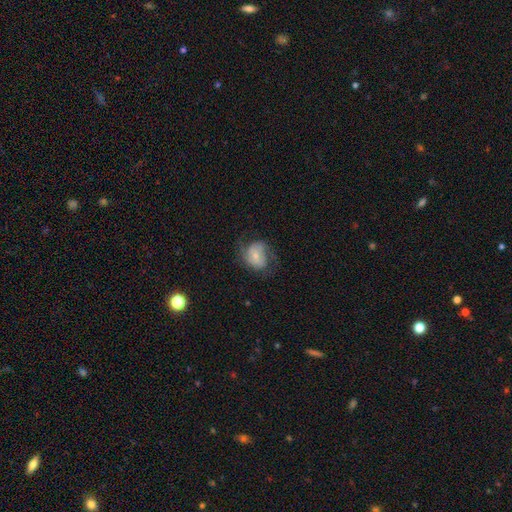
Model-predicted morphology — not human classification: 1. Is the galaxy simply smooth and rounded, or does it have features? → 55% featured or disk, 37% smooth, 8% star or artifact.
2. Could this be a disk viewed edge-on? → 97% no, 3% yes.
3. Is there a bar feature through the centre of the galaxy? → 61% no, 30% weak, 9% strong.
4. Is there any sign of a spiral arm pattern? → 81% yes, 19% no.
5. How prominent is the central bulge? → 61% small, 29% moderate, 4% none, 4% large, 2% dominant.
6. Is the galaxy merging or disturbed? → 53% none, 23% minor disturbance, 23% major disturbance, 1% merger.